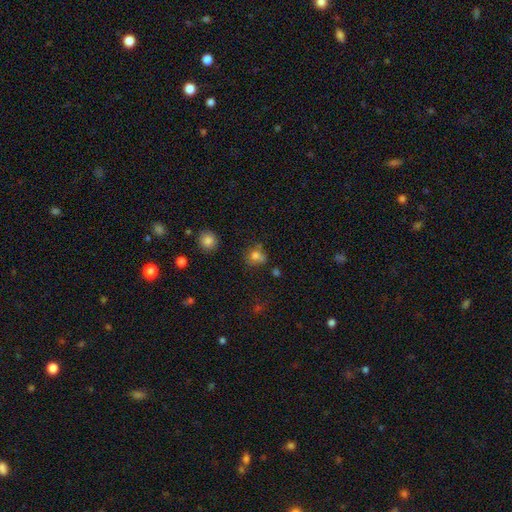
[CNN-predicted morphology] The model was most divided on "merging": none: 57%, minor disturbance: 23%, merger: 11%, major disturbance: 9%. More confident: smooth or featured — smooth (75%); how rounded — round (73%).